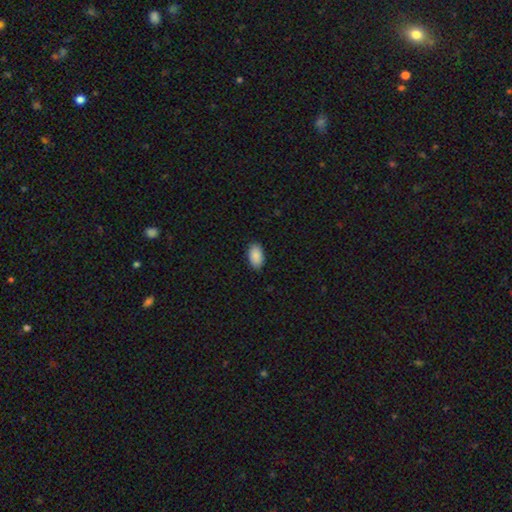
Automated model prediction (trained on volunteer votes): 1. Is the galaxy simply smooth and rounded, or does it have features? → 90% smooth, 7% star or artifact, 3% featured or disk.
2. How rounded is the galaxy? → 94% in between, 4% round, 1% cigar-shaped.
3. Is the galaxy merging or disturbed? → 88% none, 9% minor disturbance, 2% major disturbance, 1% merger.